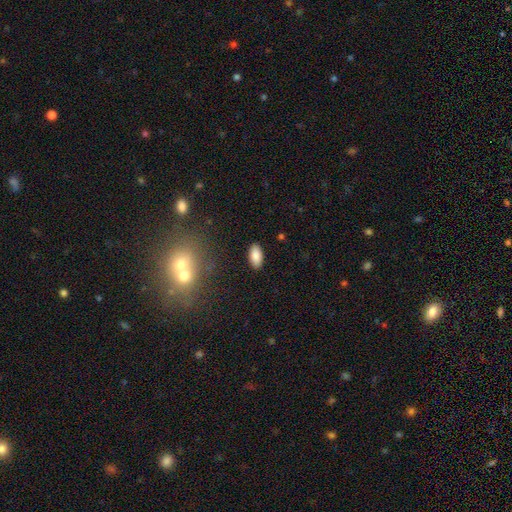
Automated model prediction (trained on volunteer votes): Morphology: type=smooth (87%); roundness=in between (94%); merging=none (88%).